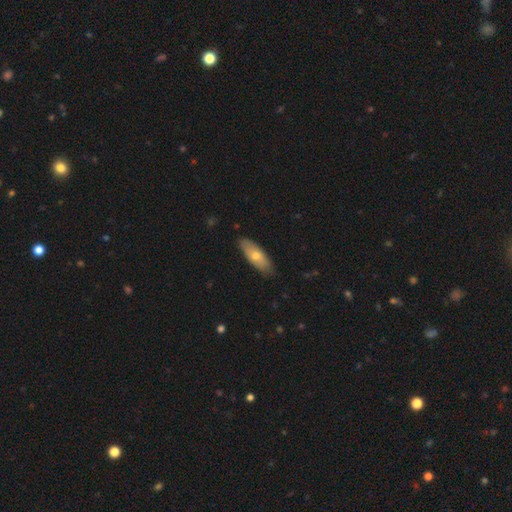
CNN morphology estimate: A smooth galaxy with no disk features (64%) that is in between round and cigar-shaped (66%).

Vote fractions:
- Smooth or featured? smooth: 64% / featured or disk: 30% / star or artifact: 6%
- How rounded? in between: 66% / cigar-shaped: 31% / round: 2%
- Merging? none: 84% / minor disturbance: 13% / major disturbance: 2% / merger: 1%